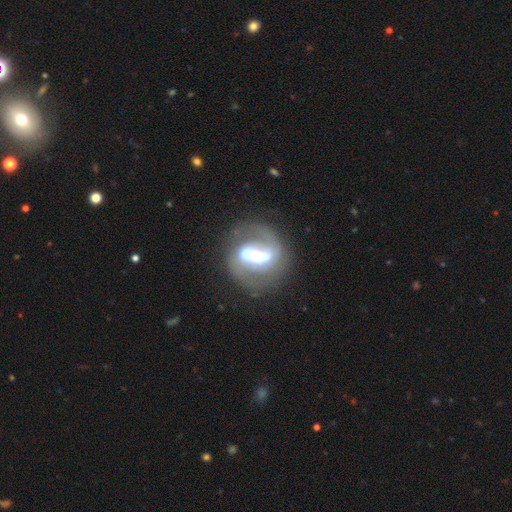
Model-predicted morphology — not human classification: Smooth or featured? Predicted: featured or disk (p=0.81). Edge-on disk? Predicted: no (p=0.95). Bar? Predicted: strong (p=0.58). Spiral arms? Predicted: yes (p=0.83). Spiral winding? Predicted: medium (p=0.46). Spiral arm count? Predicted: 2 (p=0.82). Bulge size? Predicted: moderate (p=0.48). Merging? Predicted: none (p=0.67).